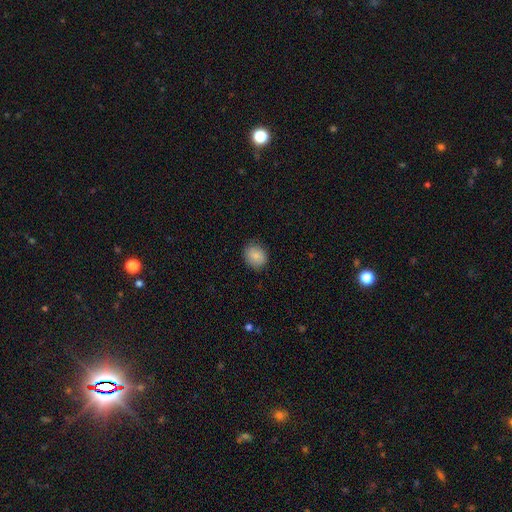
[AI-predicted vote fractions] This appears to be a smooth galaxy with no disk features (86%) that is round (69%). Merging: none (82%).